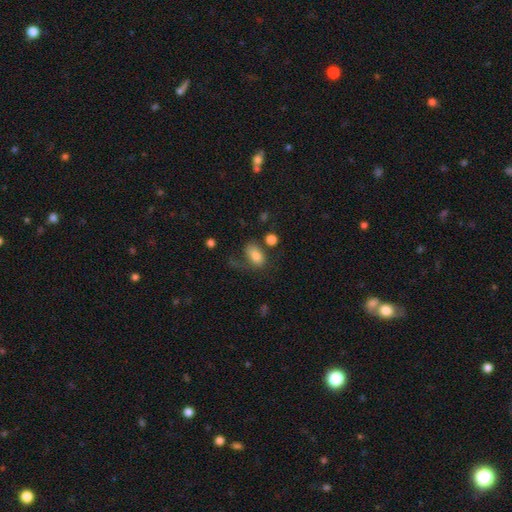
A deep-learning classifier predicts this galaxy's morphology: A smooth galaxy with no disk features (75%) that is in between round and cigar-shaped (87%).

Vote fractions:
- Smooth or featured? smooth: 75% / featured or disk: 15% / star or artifact: 10%
- How rounded? in between: 87% / round: 11% / cigar-shaped: 2%
- Merging? none: 44% / major disturbance: 27% / minor disturbance: 20% / merger: 9%